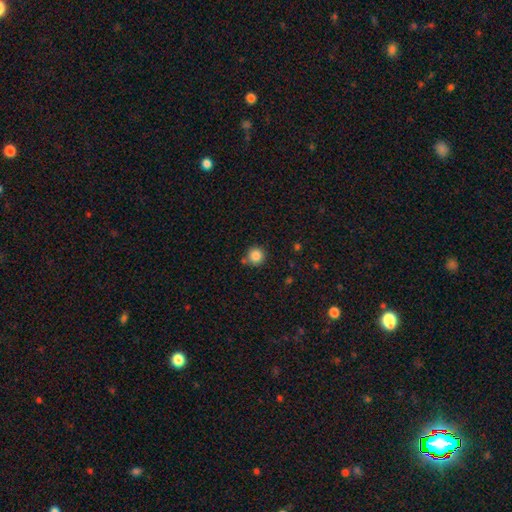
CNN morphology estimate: Q: Smooth or featured?
A: smooth (86%); runner-up: star or artifact (10%)
Q: How rounded?
A: round (95%); runner-up: in between (4%)
Q: Merging?
A: none (80%); runner-up: minor disturbance (10%)